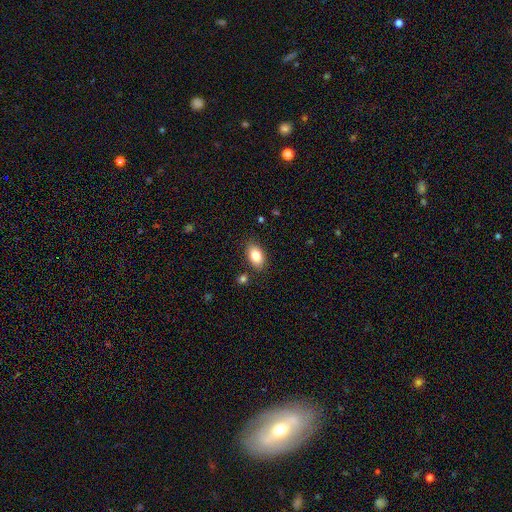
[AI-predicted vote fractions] Overall: smooth (82%). How rounded: in between (90%). Merging: none (84%).